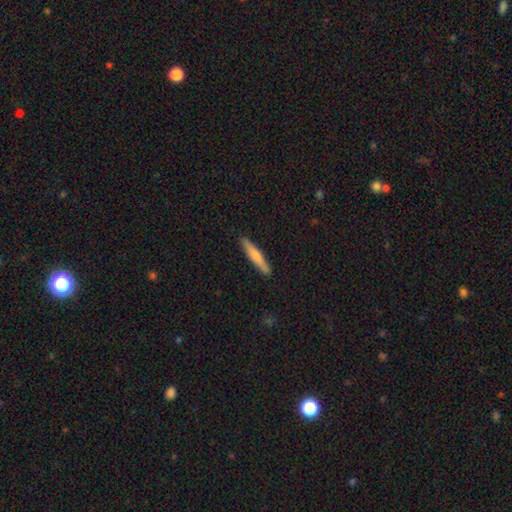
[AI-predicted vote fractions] Smooth or featured: smooth — 64% (featured or disk — 31%)
How rounded: cigar-shaped — 92% (in between — 7%)
Merging: none — 91% (minor disturbance — 7%)